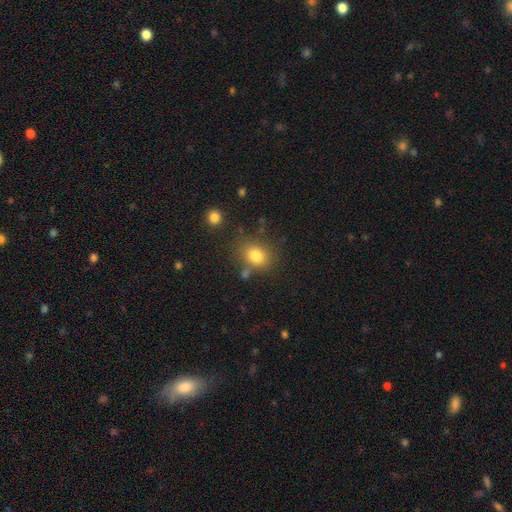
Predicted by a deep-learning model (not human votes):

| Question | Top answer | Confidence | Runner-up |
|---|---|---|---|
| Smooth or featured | smooth | 80% | star or artifact (12%) |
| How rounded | in between | 50% | round (49%) |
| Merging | none | 73% | minor disturbance (14%) |